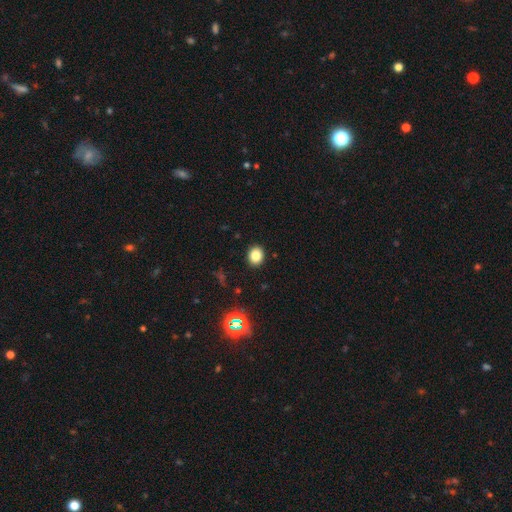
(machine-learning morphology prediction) A smooth galaxy with no disk features (82%) that is round (65%).

Vote fractions:
- Smooth or featured? smooth: 82% / star or artifact: 13% / featured or disk: 5%
- How rounded? round: 65% / in between: 34% / cigar-shaped: 1%
- Merging? none: 90% / minor disturbance: 6% / major disturbance: 2% / merger: 1%